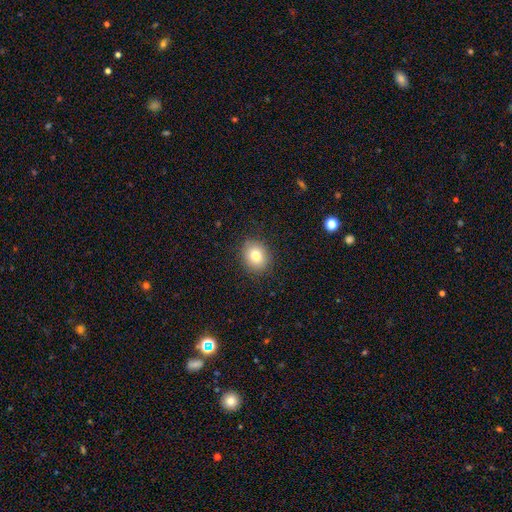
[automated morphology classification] Overall: smooth (80%). How rounded: round (69%; in between 30%). Merging: none (88%).